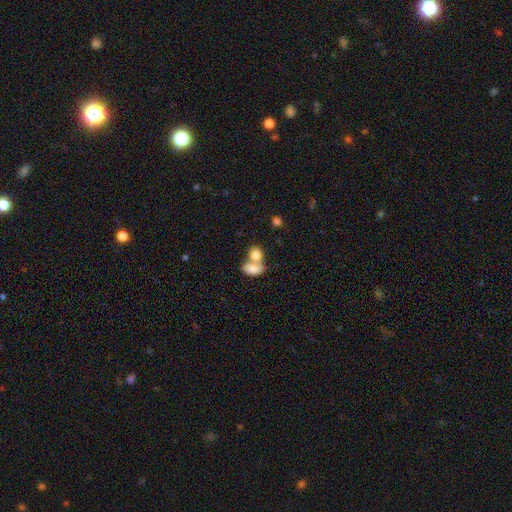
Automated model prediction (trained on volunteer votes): Overall: smooth (80%). How rounded: in between (63%; round 35%). Merging: merger (67%).